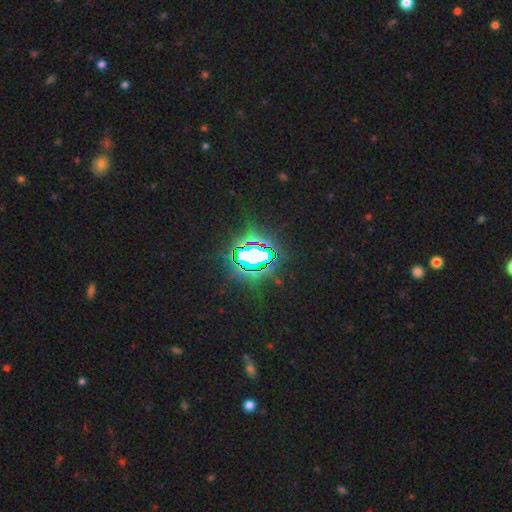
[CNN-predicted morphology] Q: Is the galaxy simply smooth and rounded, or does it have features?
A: star or artifact — 77%.